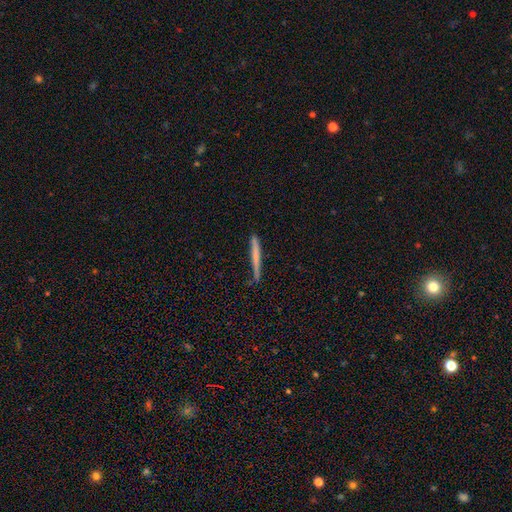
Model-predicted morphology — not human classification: type=smooth (62%); roundness=cigar-shaped (97%); merging=none (81%).